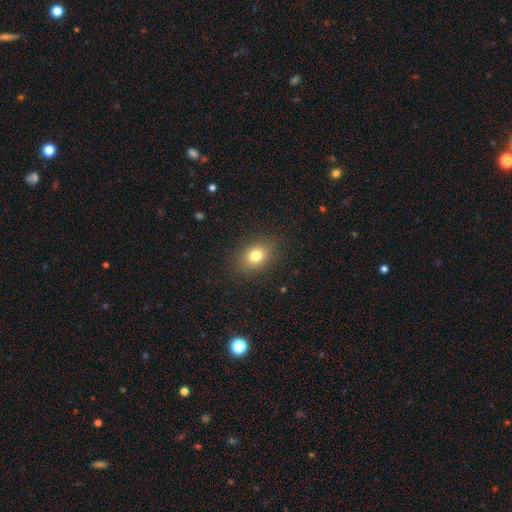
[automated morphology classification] Smooth or featured?
  - smooth: 79% *
  - star or artifact: 12%
  - featured or disk: 10%
How rounded?
  - in between: 63% *
  - round: 35%
  - cigar-shaped: 1%
Merging?
  - none: 87% *
  - minor disturbance: 9%
  - major disturbance: 3%
  - merger: 1%